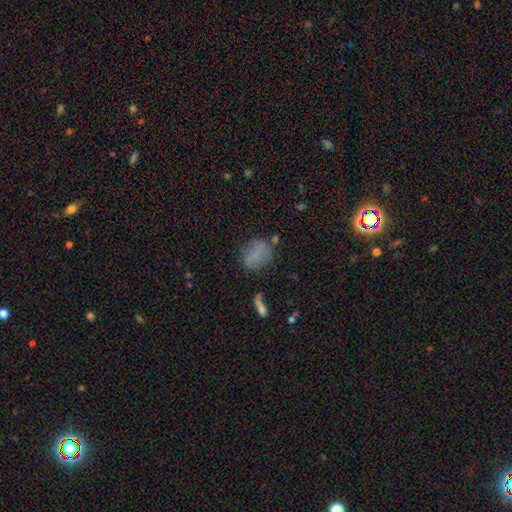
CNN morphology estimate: Smooth or featured? Predicted: smooth (p=0.70). How rounded? Predicted: in between (p=0.67). Merging? Predicted: none (p=0.61).